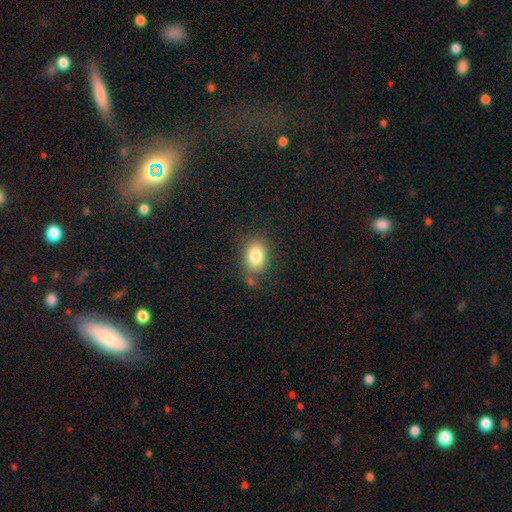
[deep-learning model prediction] Q: Smooth or featured?
A: smooth (83%); runner-up: star or artifact (9%)
Q: How rounded?
A: in between (75%); runner-up: round (24%)
Q: Merging?
A: none (74%); runner-up: minor disturbance (16%)